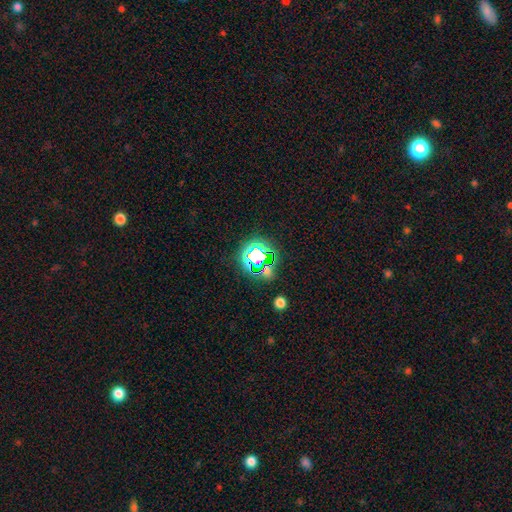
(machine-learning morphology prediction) Smooth or featured: star or artifact — 62% (smooth — 26%)